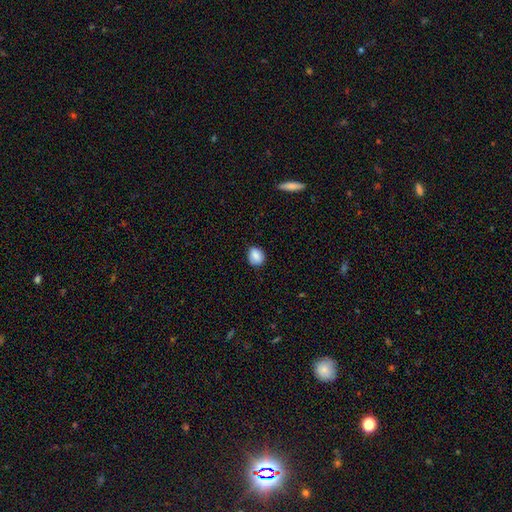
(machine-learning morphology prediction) smooth 85%, star or artifact 8%, featured or disk 7%. Down the decision tree: how rounded — round (50%); merging — none (80%).